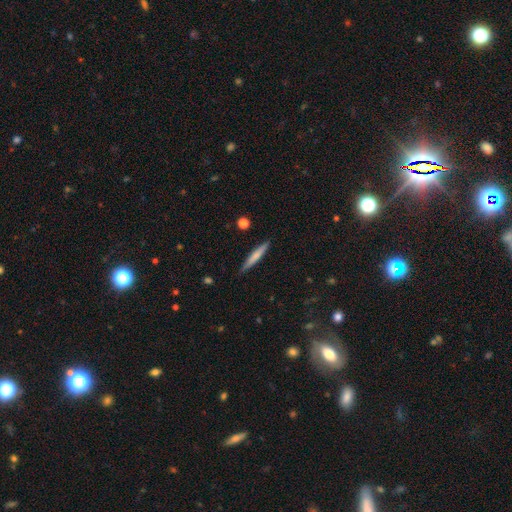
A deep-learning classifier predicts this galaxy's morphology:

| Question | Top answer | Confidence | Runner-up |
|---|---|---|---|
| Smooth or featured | smooth | 66% | featured or disk (28%) |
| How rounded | cigar-shaped | 94% | in between (5%) |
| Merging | none | 87% | minor disturbance (9%) |